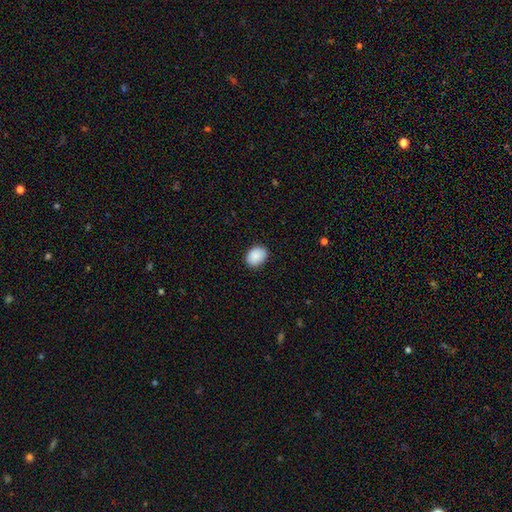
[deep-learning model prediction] A smooth galaxy with no disk features (90%) that is in between round and cigar-shaped (64%).

Vote fractions:
- Smooth or featured? smooth: 90% / star or artifact: 7% / featured or disk: 3%
- How rounded? in between: 64% / round: 35% / cigar-shaped: 1%
- Merging? none: 87% / minor disturbance: 10% / major disturbance: 2% / merger: 1%